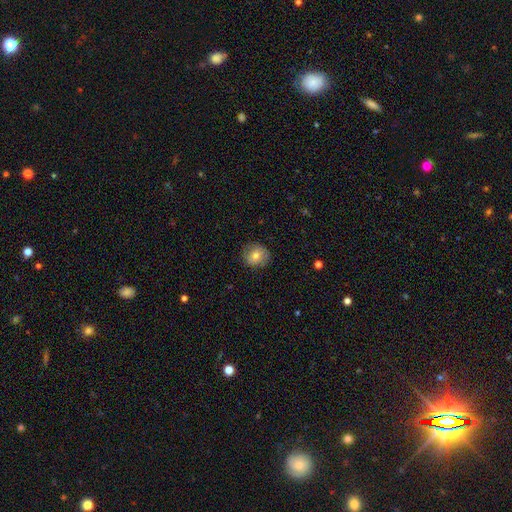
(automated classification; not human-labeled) Q: Smooth or featured?
A: smooth (72%); runner-up: featured or disk (19%)
Q: How rounded?
A: round (77%); runner-up: in between (22%)
Q: Merging?
A: none (80%); runner-up: minor disturbance (15%)